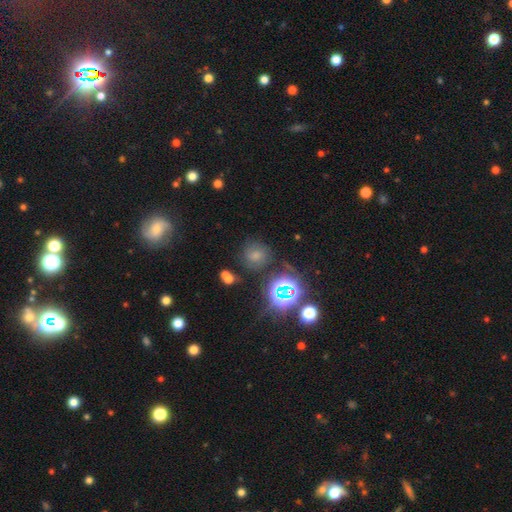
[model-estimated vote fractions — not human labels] Q: Smooth or featured?
A: smooth (51%); runner-up: star or artifact (30%)
Q: How rounded?
A: round (83%); runner-up: in between (16%)
Q: Merging?
A: none (70%); runner-up: minor disturbance (16%)